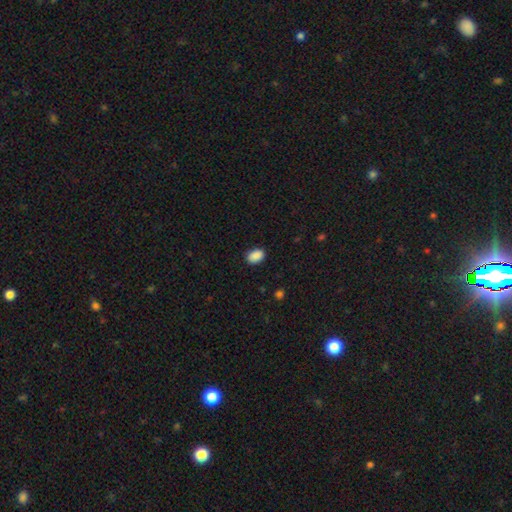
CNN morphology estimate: Smooth or featured: smooth — 90% (star or artifact — 8%)
How rounded: in between — 84% (round — 15%)
Merging: none — 88% (minor disturbance — 9%)